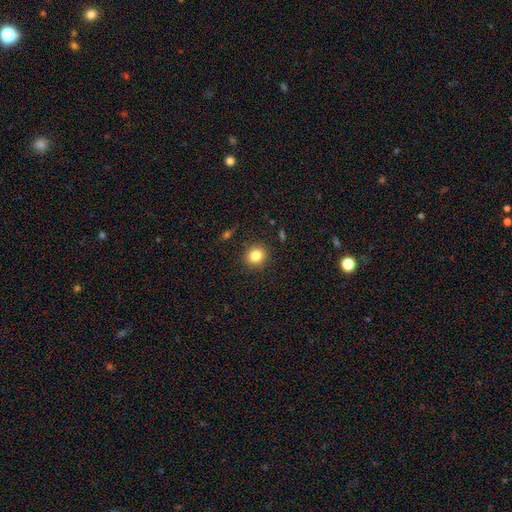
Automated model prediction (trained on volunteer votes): Overall: smooth (83%). How rounded: round (85%). Merging: none (90%).